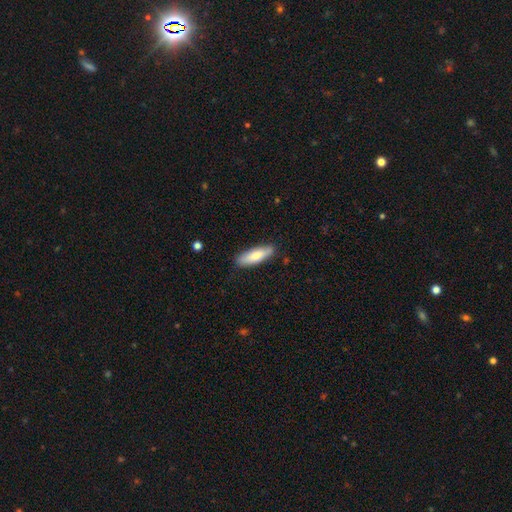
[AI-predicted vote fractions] This is likely a smooth galaxy (78%). How rounded: possibly in between (50%). Merging: clearly none (84%).